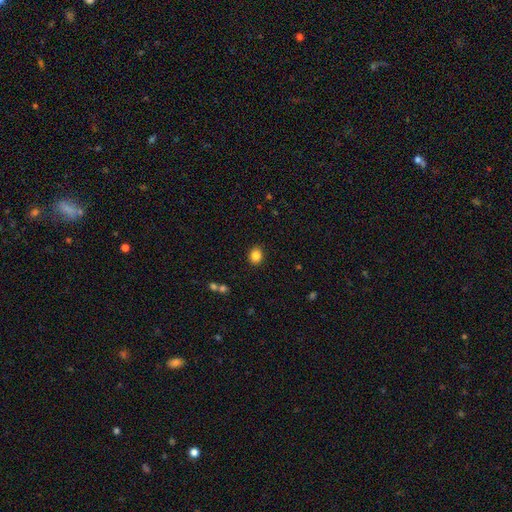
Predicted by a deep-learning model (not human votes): Smooth or featured? Predicted: smooth (p=0.85). How rounded? Predicted: round (p=0.60). Merging? Predicted: none (p=0.89).